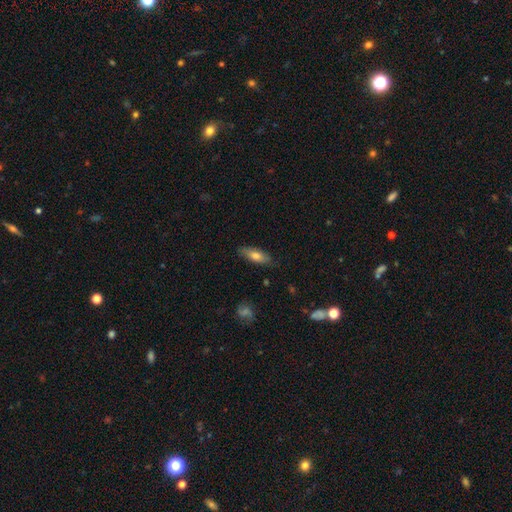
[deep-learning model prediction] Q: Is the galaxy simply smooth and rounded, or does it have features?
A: smooth — 70%.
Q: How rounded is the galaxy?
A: in between — 63%.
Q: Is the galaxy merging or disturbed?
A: none — 81%.